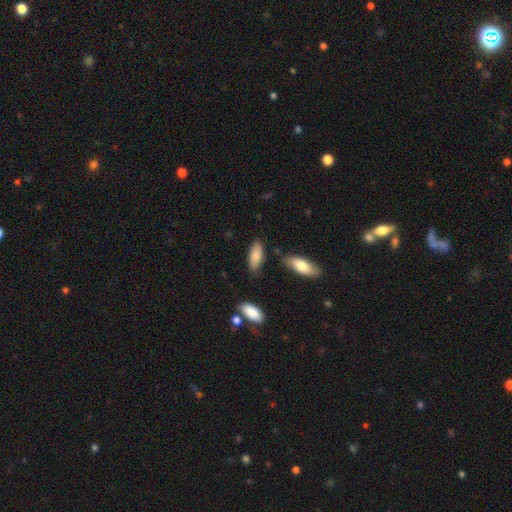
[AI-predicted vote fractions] This appears to be a smooth galaxy with no disk features (83%) that is in between round and cigar-shaped (82%). Merging: none (77%).